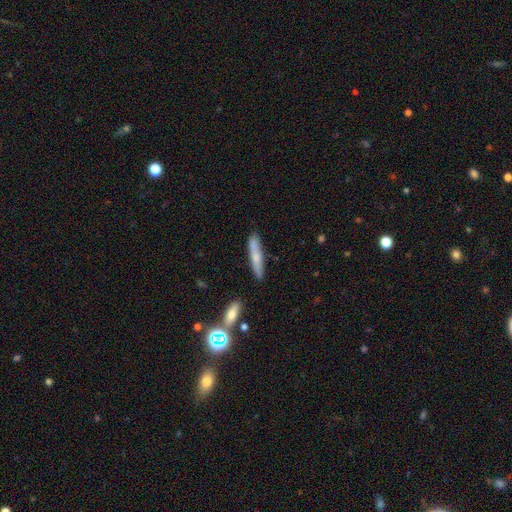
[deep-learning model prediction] A smooth galaxy with no disk features (61%) that is cigar-shaped (89%).

Vote fractions:
- Smooth or featured? smooth: 61% / featured or disk: 31% / star or artifact: 8%
- How rounded? cigar-shaped: 89% / in between: 9% / round: 2%
- Merging? none: 80% / minor disturbance: 13% / merger: 4% / major disturbance: 3%